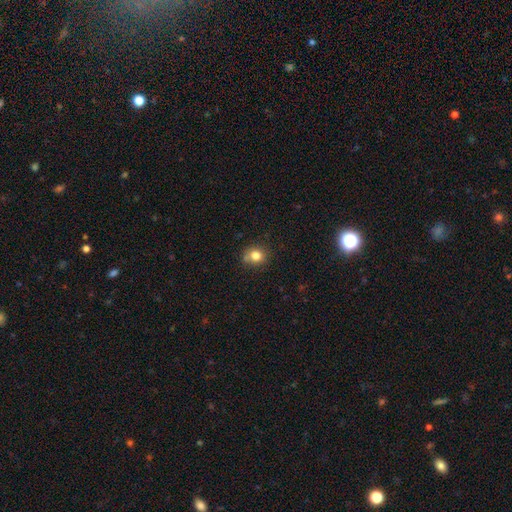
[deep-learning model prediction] Smooth or featured?
  - smooth: 80% *
  - star or artifact: 12%
  - featured or disk: 8%
How rounded?
  - round: 84% *
  - in between: 15%
  - cigar-shaped: 1%
Merging?
  - none: 73% *
  - minor disturbance: 15%
  - merger: 9%
  - major disturbance: 4%